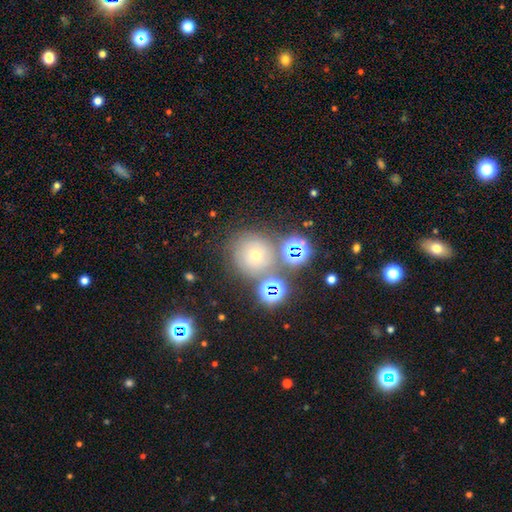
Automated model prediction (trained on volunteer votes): Smooth or featured? star or artifact (41%)